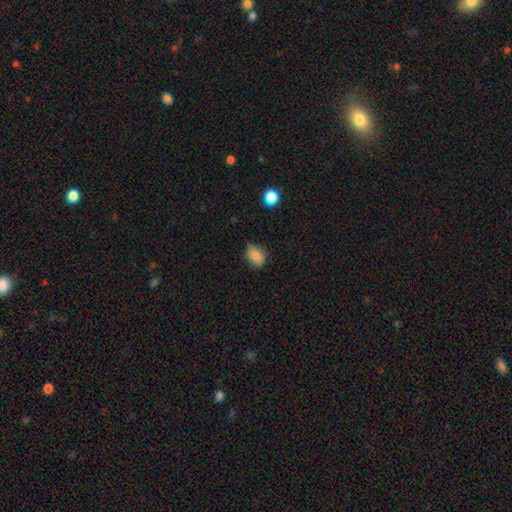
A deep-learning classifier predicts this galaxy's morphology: This is clearly a smooth galaxy (83%). How rounded: likely in between (77%). Merging: likely none (64%).